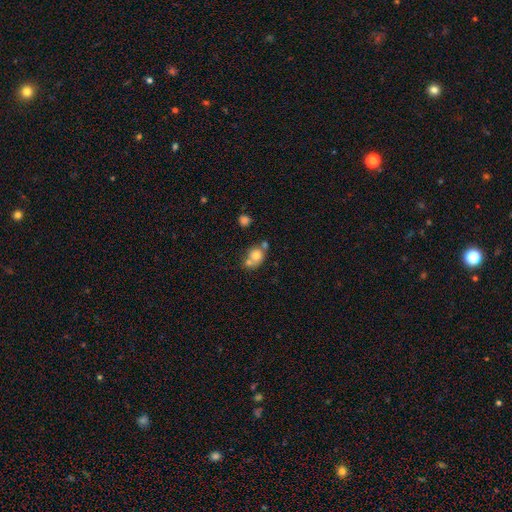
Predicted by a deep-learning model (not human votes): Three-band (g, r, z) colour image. It shows a smooth galaxy with no disk features (73%) that is round (65%). Merging: merger (44%).